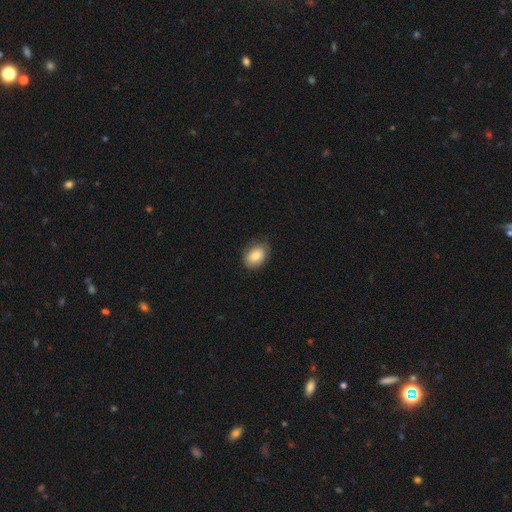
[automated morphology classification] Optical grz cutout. It shows a smooth galaxy with no disk features (81%) that is in between round and cigar-shaped (76%). Merging: none (81%).